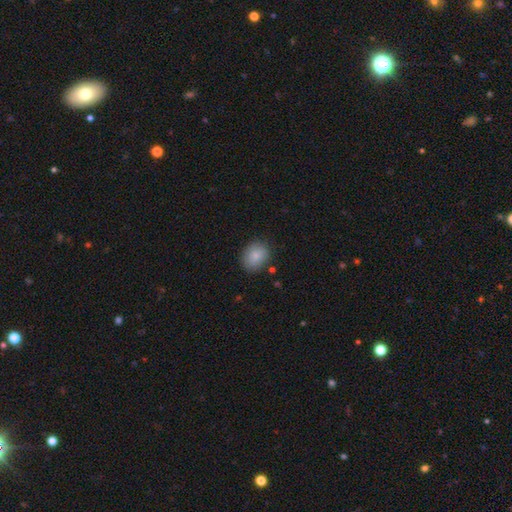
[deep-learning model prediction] Smooth or featured? Predicted: smooth (p=0.83). How rounded? Predicted: round (p=0.51). Merging? Predicted: none (p=0.81).